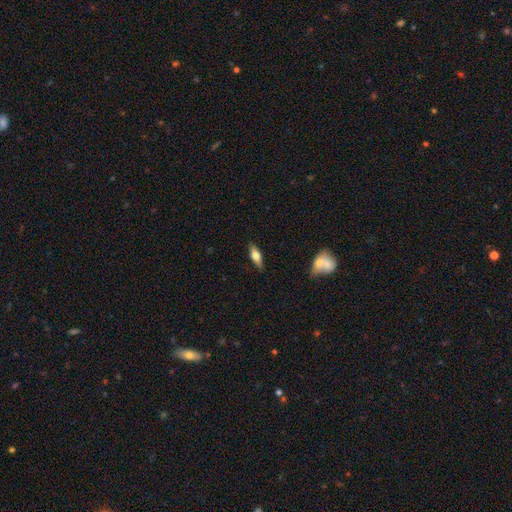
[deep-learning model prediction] Smooth or featured? Predicted: smooth (p=0.52). How rounded? Predicted: in between (p=0.57). Merging? Predicted: none (p=0.86).